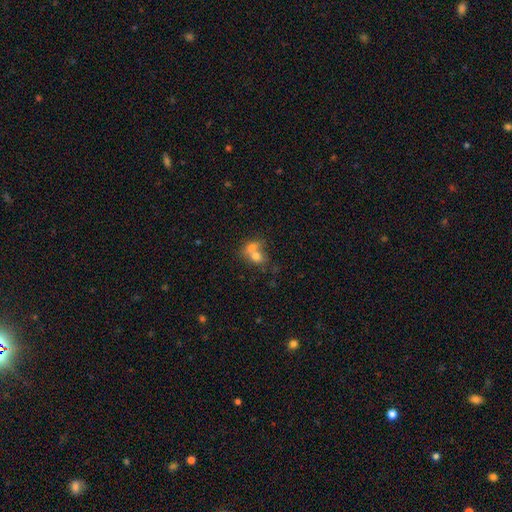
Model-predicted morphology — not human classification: A smooth galaxy with no disk features (69%) that is in between round and cigar-shaped (51%).

Vote fractions:
- Smooth or featured? smooth: 69% / featured or disk: 20% / star or artifact: 11%
- How rounded? in between: 51% / round: 47% / cigar-shaped: 2%
- Merging? merger: 70% / none: 20% / minor disturbance: 6% / major disturbance: 4%